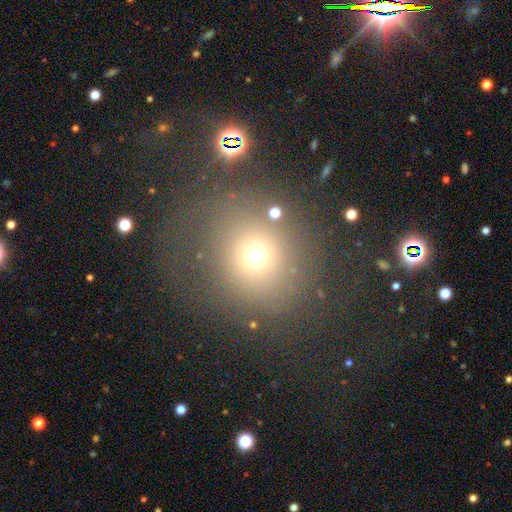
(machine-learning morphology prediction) type=smooth (65%); roundness=round (85%); merging=none (71%).